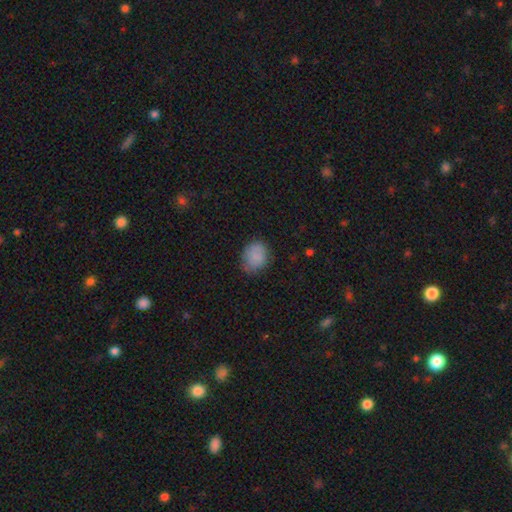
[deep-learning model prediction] This is clearly a smooth galaxy (84%). How rounded: possibly round (59%). Merging: likely none (72%).